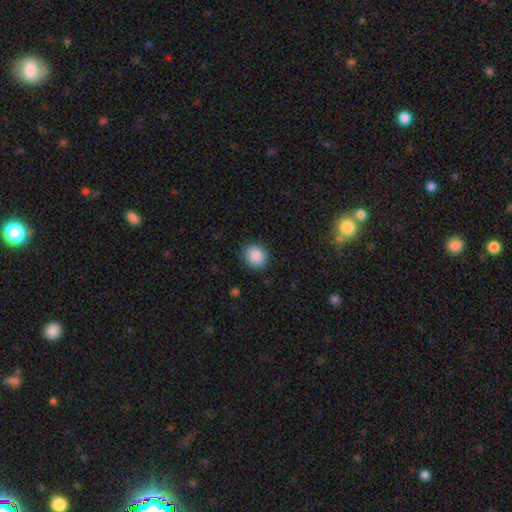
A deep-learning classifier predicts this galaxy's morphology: smooth_or_featured: smooth (p=0.89) [alt: star or artifact p=0.08]
how_rounded: round (p=0.72) [alt: in between p=0.27]
merging: none (p=0.87) [alt: minor disturbance p=0.10]